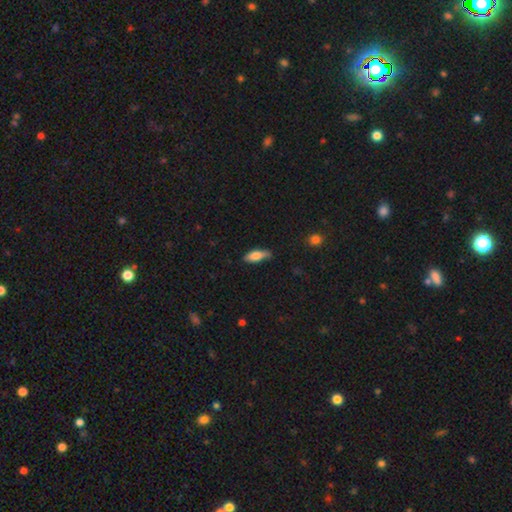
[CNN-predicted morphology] A smooth galaxy with no disk features (76%) that is in between round and cigar-shaped (71%).

Vote fractions:
- Smooth or featured? smooth: 76% / featured or disk: 18% / star or artifact: 6%
- How rounded? in between: 71% / cigar-shaped: 27% / round: 2%
- Merging? none: 68% / minor disturbance: 26% / major disturbance: 5% / merger: 2%